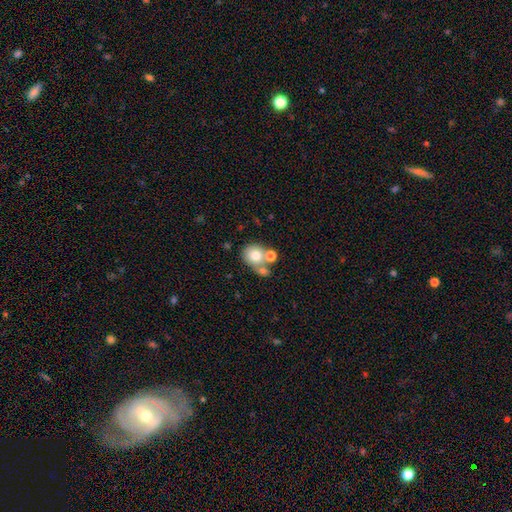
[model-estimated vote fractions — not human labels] Morphology: type=smooth (74%); roundness=round (77%); merging=none (47%).